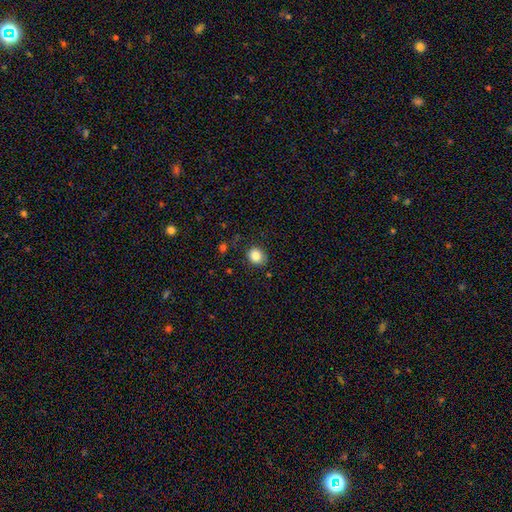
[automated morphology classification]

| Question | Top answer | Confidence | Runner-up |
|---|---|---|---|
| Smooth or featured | smooth | 85% | star or artifact (10%) |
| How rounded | round | 68% | in between (31%) |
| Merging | none | 82% | minor disturbance (13%) |